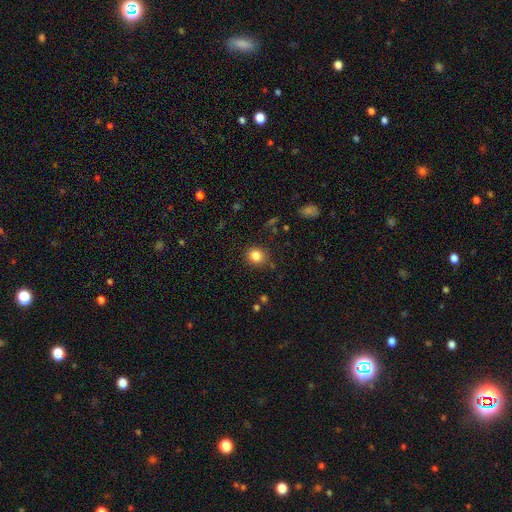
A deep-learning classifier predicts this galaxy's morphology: Smooth or featured? Predicted: smooth (p=0.83). How rounded? Predicted: round (p=0.80). Merging? Predicted: none (p=0.86).